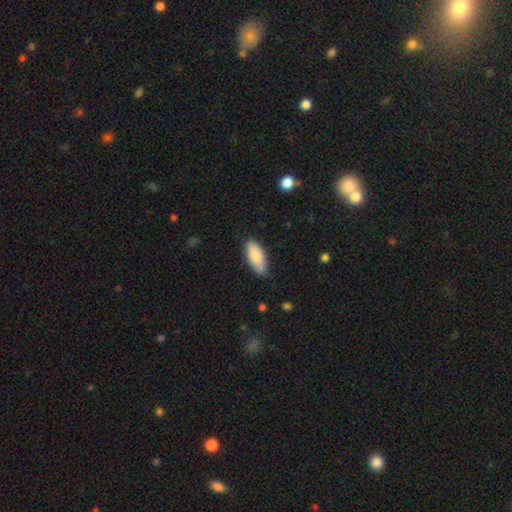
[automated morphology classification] smooth_or_featured: smooth (p=0.85) [alt: featured or disk p=0.09]
how_rounded: in between (p=0.83) [alt: cigar-shaped p=0.16]
merging: none (p=0.81) [alt: minor disturbance p=0.15]